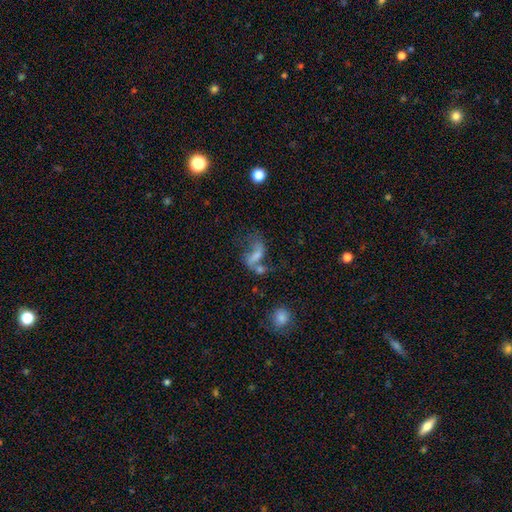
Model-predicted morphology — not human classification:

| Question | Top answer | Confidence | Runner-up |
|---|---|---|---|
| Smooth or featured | featured or disk | 53% | smooth (29%) |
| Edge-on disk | no | 94% | yes (6%) |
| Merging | none | 31% | merger (29%) |